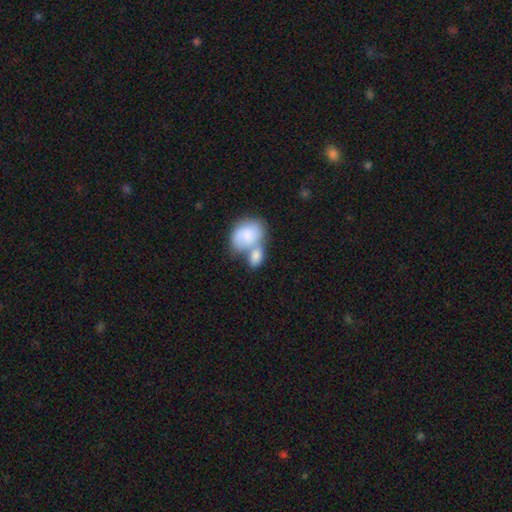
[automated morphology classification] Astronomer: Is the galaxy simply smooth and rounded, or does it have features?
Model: smooth — 80%.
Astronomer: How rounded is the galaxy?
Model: in between — 83%.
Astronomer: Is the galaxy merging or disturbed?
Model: merger — 66%.